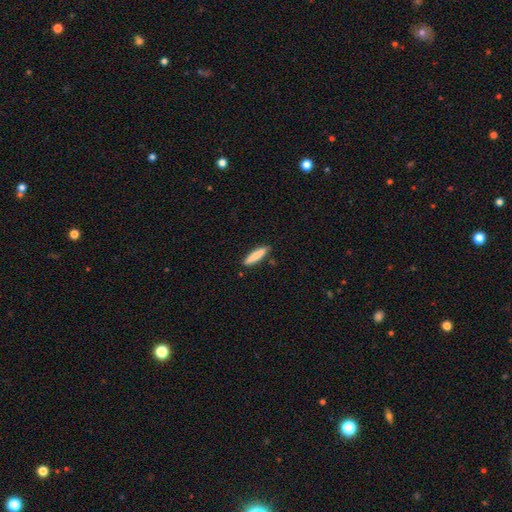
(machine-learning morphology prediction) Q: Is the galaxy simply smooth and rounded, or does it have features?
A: smooth — 82%.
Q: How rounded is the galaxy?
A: cigar-shaped — 80%.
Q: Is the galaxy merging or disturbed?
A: none — 87%.